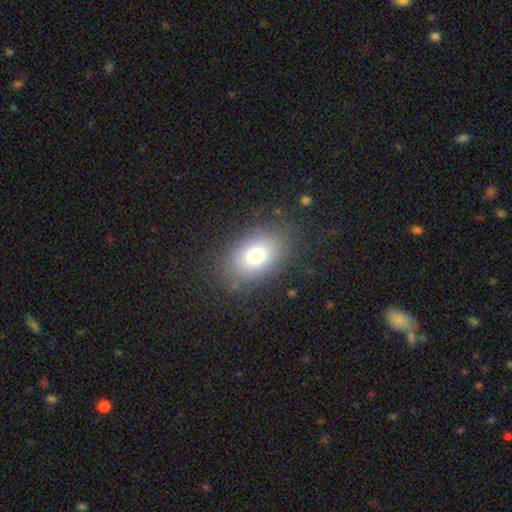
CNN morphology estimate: smooth-or-featured: smooth: 73% | featured or disk: 14% | star or artifact: 13%
  how-rounded: in between: 78% | round: 20% | cigar-shaped: 1%
  merging: none: 80% | minor disturbance: 12% | major disturbance: 6% | merger: 1%